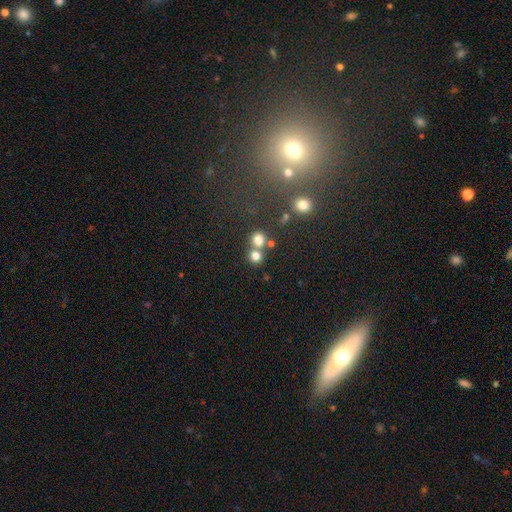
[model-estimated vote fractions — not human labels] Morphology: type=smooth (76%); roundness=round (88%); merging=none (55%).